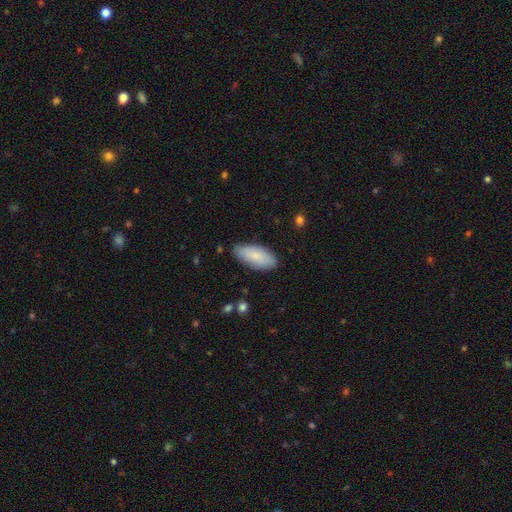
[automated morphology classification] This appears to be a smooth galaxy with no disk features (83%) that is in between round and cigar-shaped (87%). Merging: none (84%).